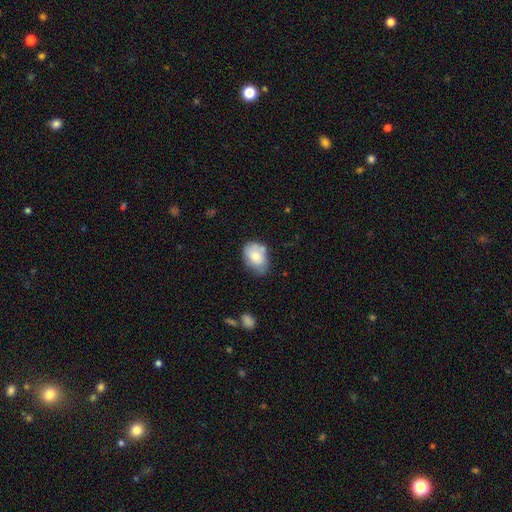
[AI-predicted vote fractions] This appears to be a smooth galaxy with no disk features (70%) that is in between round and cigar-shaped (74%). Merging: none (53%).